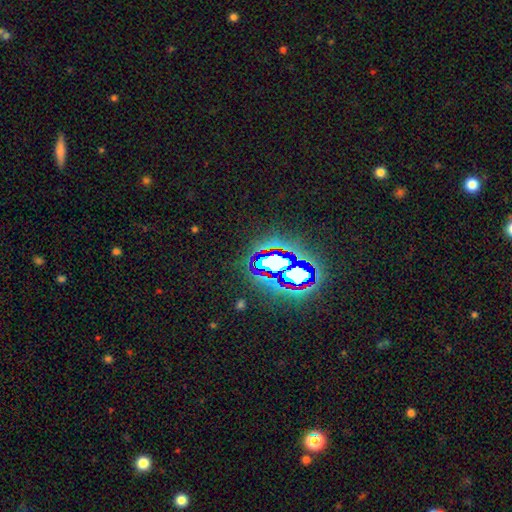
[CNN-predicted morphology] Smooth or featured? star or artifact (82%)